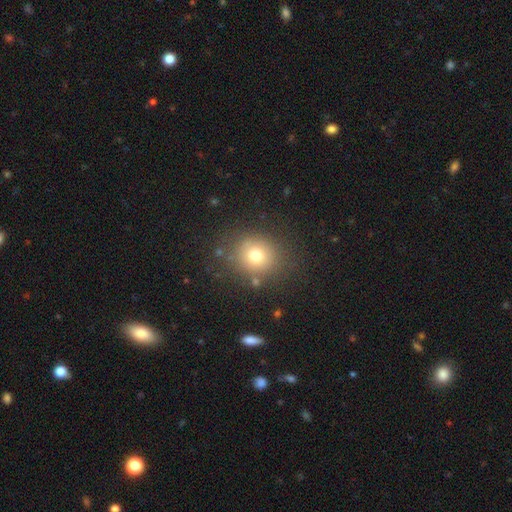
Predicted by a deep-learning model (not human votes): This appears to be a smooth galaxy with no disk features (73%) that is round (86%). Merging: none (82%).